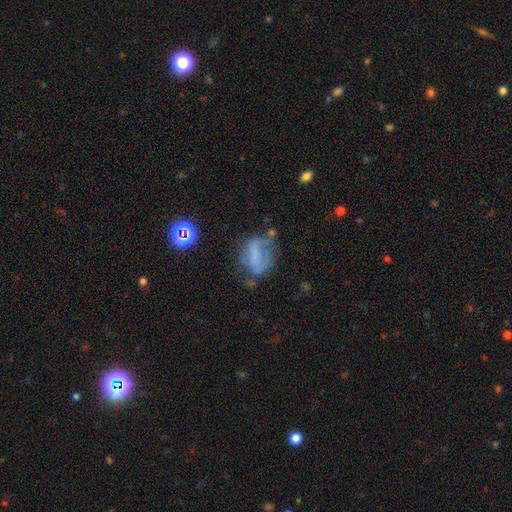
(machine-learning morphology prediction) smooth-or-featured: smooth: 50% | featured or disk: 34% | star or artifact: 17%
  merging: none: 35% | minor disturbance: 29% | major disturbance: 29% | merger: 7%